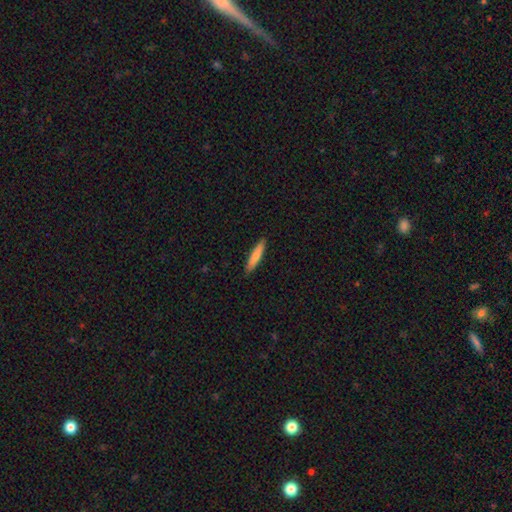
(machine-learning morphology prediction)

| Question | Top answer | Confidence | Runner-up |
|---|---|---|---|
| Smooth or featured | smooth | 78% | featured or disk (16%) |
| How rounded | cigar-shaped | 87% | in between (11%) |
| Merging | none | 90% | minor disturbance (7%) |